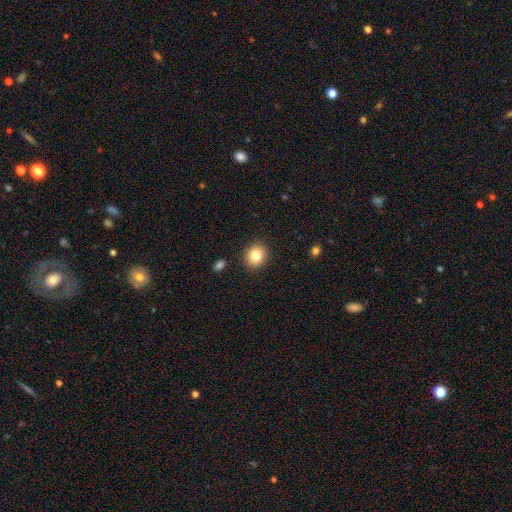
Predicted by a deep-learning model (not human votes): Overall: smooth (82%). How rounded: round (76%). Merging: none (90%).